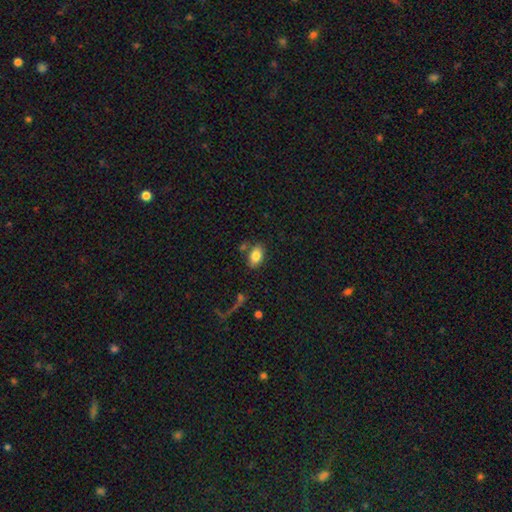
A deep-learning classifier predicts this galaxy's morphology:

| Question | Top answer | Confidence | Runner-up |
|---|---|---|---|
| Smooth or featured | smooth | 84% | featured or disk (9%) |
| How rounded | in between | 88% | round (10%) |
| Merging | none | 77% | minor disturbance (12%) |